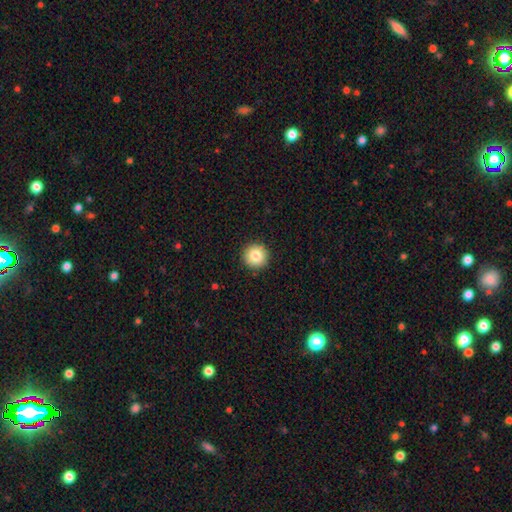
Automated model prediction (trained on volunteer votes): A smooth galaxy with no disk features (83%) that is round (95%).

Vote fractions:
- Smooth or featured? smooth: 83% / star or artifact: 10% / featured or disk: 7%
- How rounded? round: 95% / in between: 4% / cigar-shaped: 1%
- Merging? none: 92% / minor disturbance: 5% / major disturbance: 2% / merger: 1%